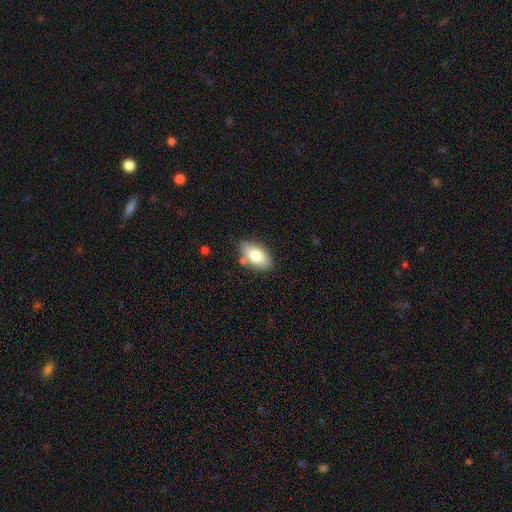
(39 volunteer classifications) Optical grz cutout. It shows a smooth galaxy with no disk features (92%) that is in between round and cigar-shaped (86%). Merging: none (79%).